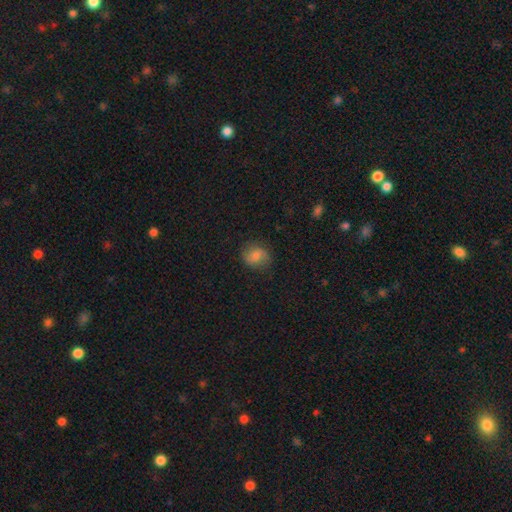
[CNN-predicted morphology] smooth_or_featured: smooth (p=0.74) [alt: featured or disk p=0.16]
how_rounded: round (p=0.68) [alt: in between p=0.31]
merging: none (p=0.77) [alt: minor disturbance p=0.17]